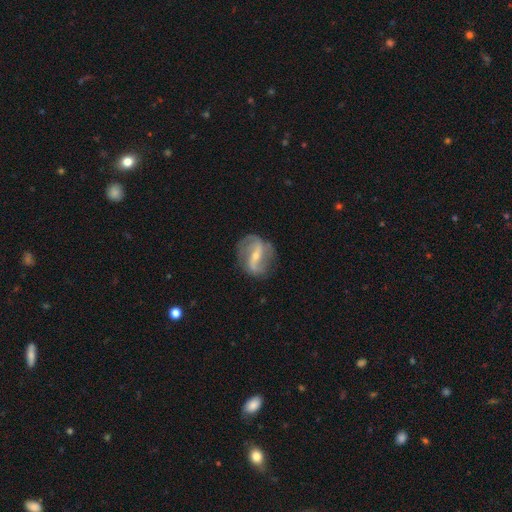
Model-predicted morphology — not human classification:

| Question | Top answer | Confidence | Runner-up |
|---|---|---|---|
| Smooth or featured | featured or disk | 83% | smooth (11%) |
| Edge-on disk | no | 94% | yes (6%) |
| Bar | strong | 55% | weak (31%) |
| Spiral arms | yes | 88% | no (12%) |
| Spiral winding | loose | 48% | medium (35%) |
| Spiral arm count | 2 | 83% | can't tell (8%) |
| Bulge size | small | 60% | moderate (36%) |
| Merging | none | 74% | minor disturbance (17%) |